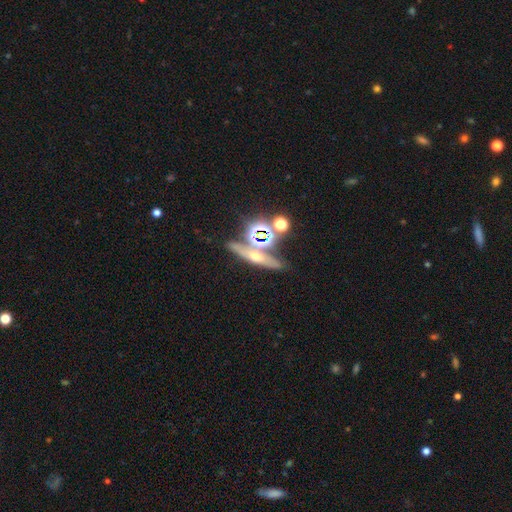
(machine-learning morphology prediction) A featured or disk galaxy (40%).

Vote fractions:
- Smooth or featured? featured or disk: 40% / smooth: 32% / star or artifact: 27%
- Merging? none: 68% / merger: 16% / minor disturbance: 11% / major disturbance: 5%